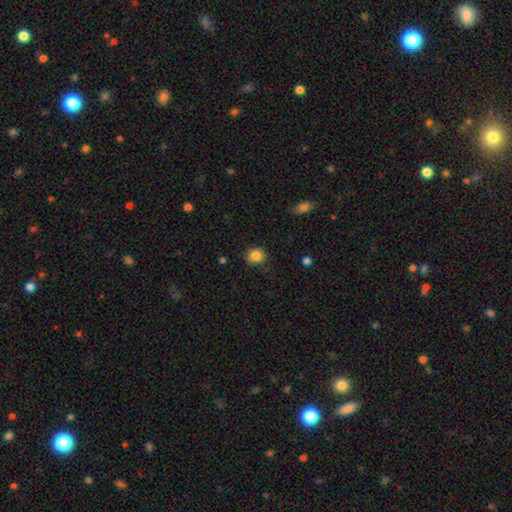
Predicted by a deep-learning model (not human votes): This is clearly a smooth galaxy (85%). How rounded: clearly round (81%). Merging: likely none (80%).